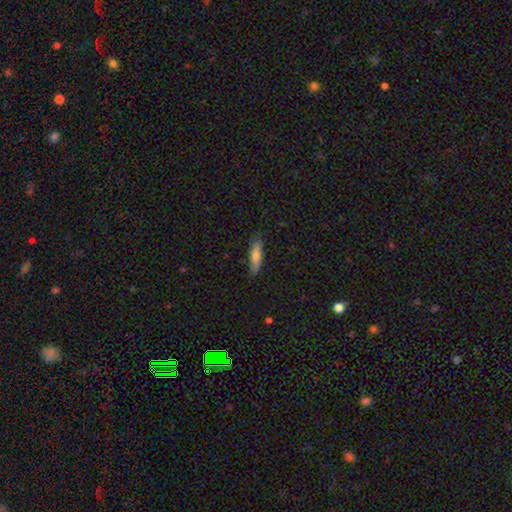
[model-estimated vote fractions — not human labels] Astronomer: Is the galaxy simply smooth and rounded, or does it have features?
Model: smooth — 77%.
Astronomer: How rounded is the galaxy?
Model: cigar-shaped — 67%.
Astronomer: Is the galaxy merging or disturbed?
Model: none — 81%.